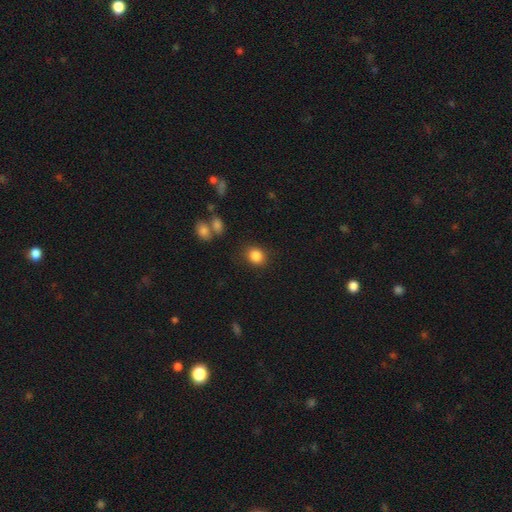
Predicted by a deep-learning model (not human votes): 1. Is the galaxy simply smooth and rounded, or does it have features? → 85% smooth, 10% star or artifact, 5% featured or disk.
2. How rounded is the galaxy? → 67% round, 32% in between, 1% cigar-shaped.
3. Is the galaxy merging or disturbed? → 85% none, 9% minor disturbance, 3% major disturbance, 3% merger.